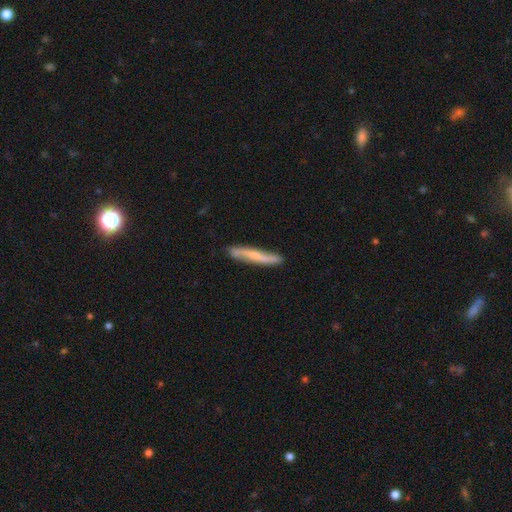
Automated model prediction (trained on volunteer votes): A featured or disk galaxy (55%) viewed edge-on (59%).

Vote fractions:
- Smooth or featured? featured or disk: 55% / smooth: 39% / star or artifact: 6%
- Edge-on disk? yes: 59% / no: 41%
- Merging? none: 81% / minor disturbance: 14% / major disturbance: 2% / merger: 2%